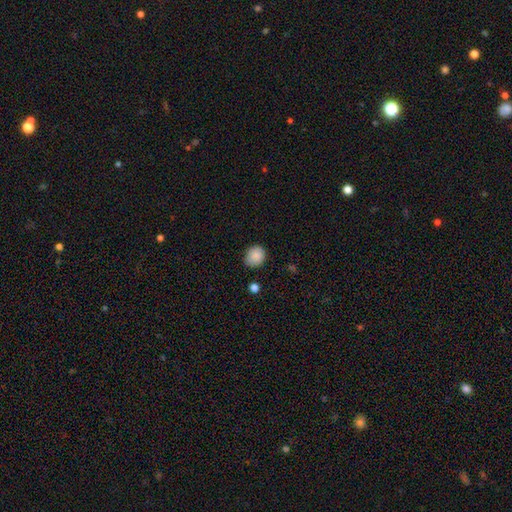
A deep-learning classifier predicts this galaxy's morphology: This appears to be a smooth galaxy with no disk features (87%) that is round (69%). Merging: none (79%).